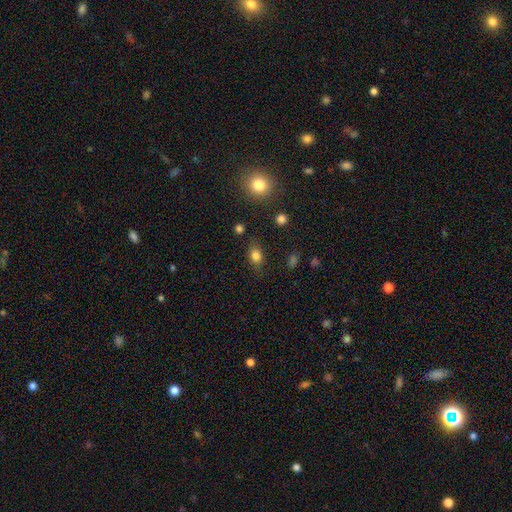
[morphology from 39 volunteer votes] This is clearly a smooth galaxy (85%). How rounded: likely in between (64%). Merging: likely none (76%).